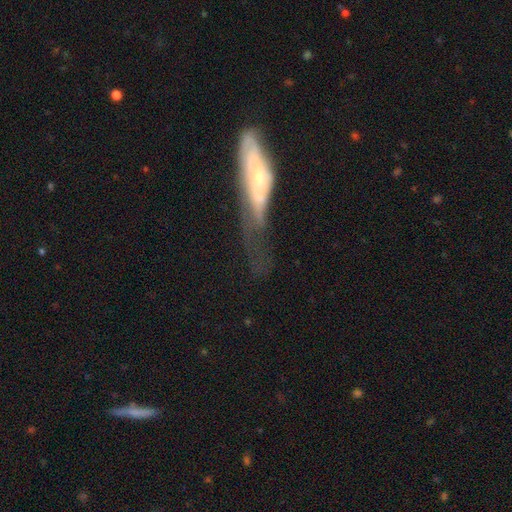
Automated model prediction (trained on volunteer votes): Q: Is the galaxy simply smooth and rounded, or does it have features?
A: featured or disk — 56%.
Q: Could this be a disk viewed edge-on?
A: no — 52%.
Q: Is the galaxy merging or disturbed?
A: major disturbance — 37%.